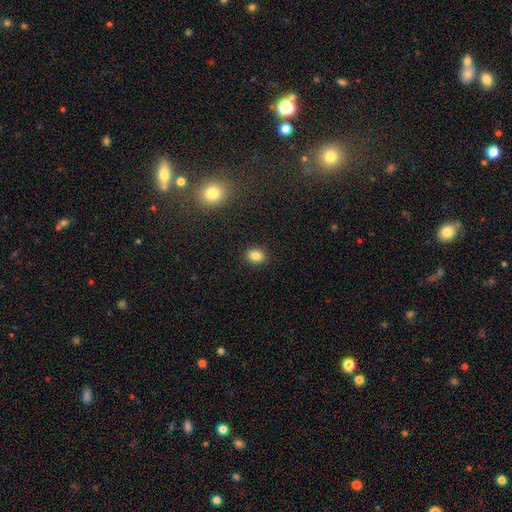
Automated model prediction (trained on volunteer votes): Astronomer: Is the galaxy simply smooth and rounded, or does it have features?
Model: smooth — 84%.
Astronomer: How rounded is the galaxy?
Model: in between — 51% (runner-up: round, 48%).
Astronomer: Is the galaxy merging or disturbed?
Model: none — 89%.